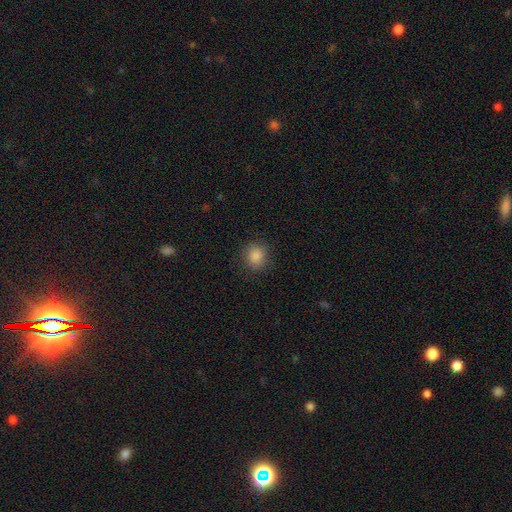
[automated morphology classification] This is clearly a smooth galaxy (86%). How rounded: clearly round (87%). Merging: clearly none (87%).